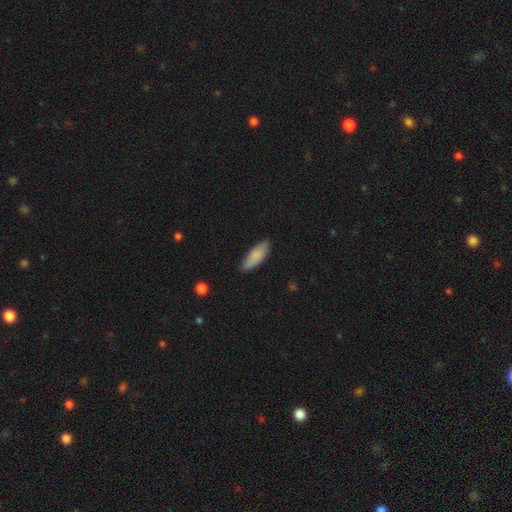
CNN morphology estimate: This appears to be a smooth galaxy with no disk features (84%) that is in between round and cigar-shaped (66%). Merging: none (83%).